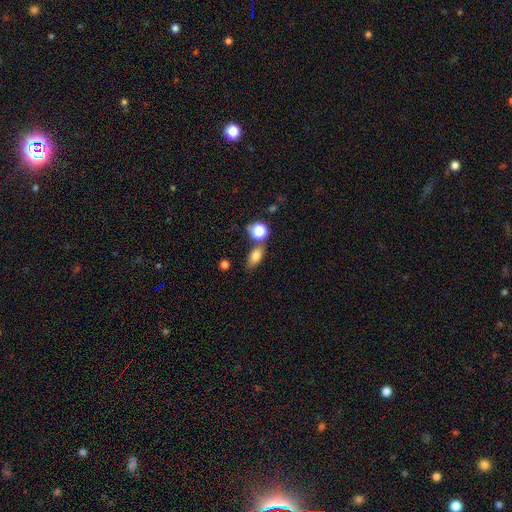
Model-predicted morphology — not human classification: The model was most divided on "merging": none: 65%, merger: 17%, minor disturbance: 13%, major disturbance: 4%. More confident: how rounded — in between (79%); smooth or featured — smooth (78%).